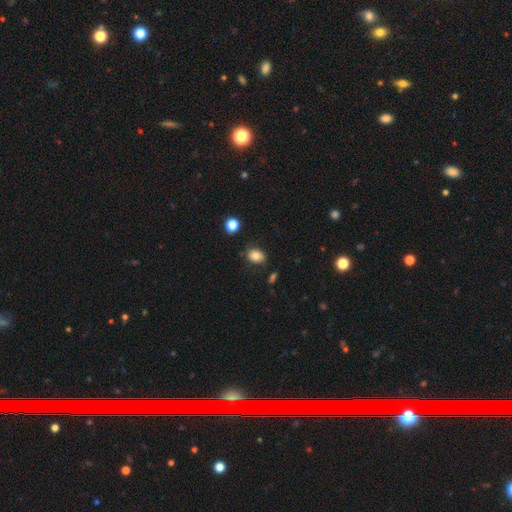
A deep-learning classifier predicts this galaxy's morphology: Smooth or featured?
  - smooth: 82% *
  - star or artifact: 10%
  - featured or disk: 8%
How rounded?
  - in between: 67% *
  - round: 32%
  - cigar-shaped: 1%
Merging?
  - none: 81% *
  - minor disturbance: 13%
  - merger: 3%
  - major disturbance: 3%